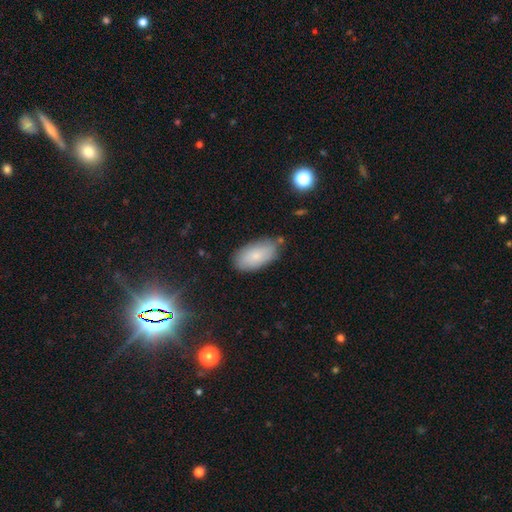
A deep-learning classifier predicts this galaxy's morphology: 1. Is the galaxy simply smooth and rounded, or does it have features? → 80% smooth, 13% featured or disk, 7% star or artifact.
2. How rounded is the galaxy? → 94% in between, 3% round, 3% cigar-shaped.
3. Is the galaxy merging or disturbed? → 77% none, 16% minor disturbance, 3% major disturbance, 3% merger.